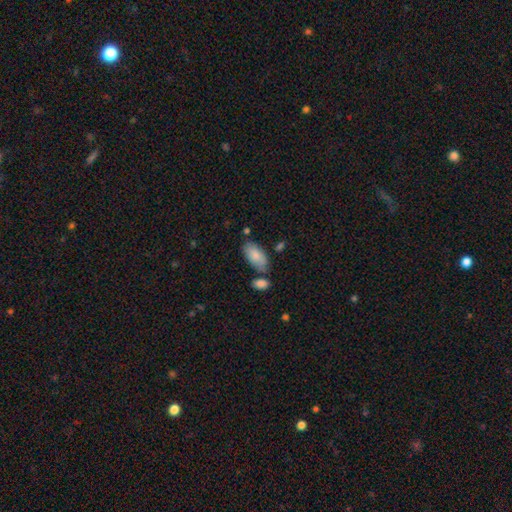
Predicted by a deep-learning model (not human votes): Smooth or featured?
  - smooth: 84% *
  - featured or disk: 10%
  - star or artifact: 6%
How rounded?
  - in between: 94% *
  - cigar-shaped: 4%
  - round: 2%
Merging?
  - none: 67% *
  - minor disturbance: 17%
  - merger: 12%
  - major disturbance: 4%